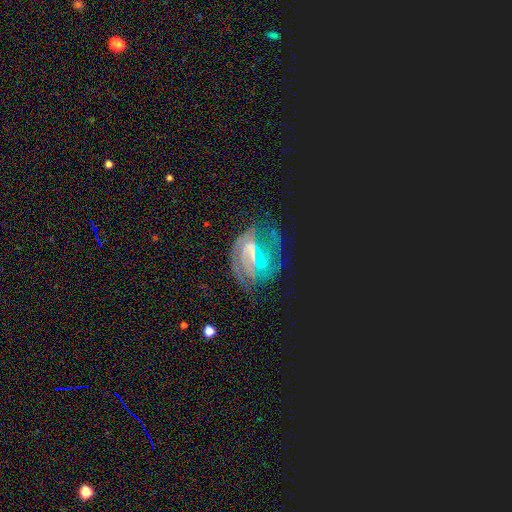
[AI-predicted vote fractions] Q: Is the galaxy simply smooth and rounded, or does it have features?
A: featured or disk — 70%.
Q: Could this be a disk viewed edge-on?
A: no — 96%.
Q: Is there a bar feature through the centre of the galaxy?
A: weak — 43%.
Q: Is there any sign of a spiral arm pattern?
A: yes — 87%.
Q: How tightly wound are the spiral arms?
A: tight — 54%.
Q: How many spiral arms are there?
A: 2 — 37%.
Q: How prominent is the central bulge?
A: small — 53%.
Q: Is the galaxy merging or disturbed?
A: none — 61%.